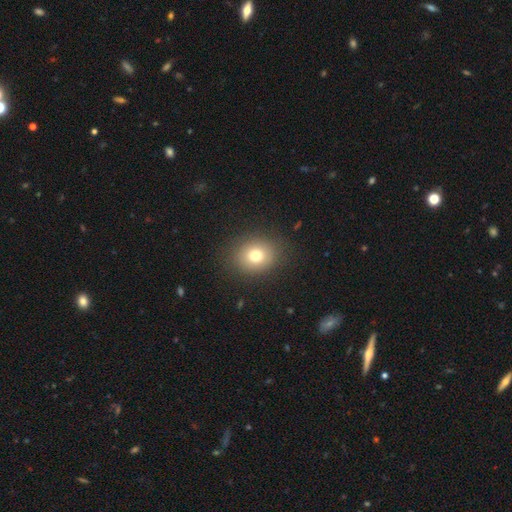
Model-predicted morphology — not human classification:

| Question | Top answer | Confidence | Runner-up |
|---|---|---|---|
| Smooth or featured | smooth | 76% | star or artifact (13%) |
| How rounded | round | 65% | in between (34%) |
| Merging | none | 87% | minor disturbance (9%) |